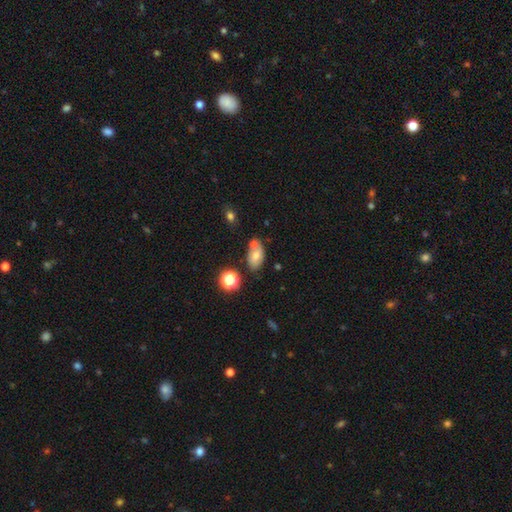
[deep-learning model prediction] Smooth or featured? smooth (65%)
How rounded? in between (87%)
Merging? none (58%)